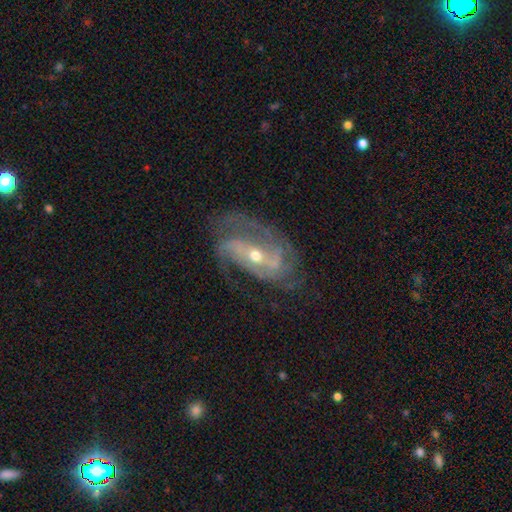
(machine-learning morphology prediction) A featured or disk galaxy (87%) with no bar (39%), 2 (45%) medium (46%) spiral arms (94%) and a moderate central bulge (51%). Merging: none (58%).